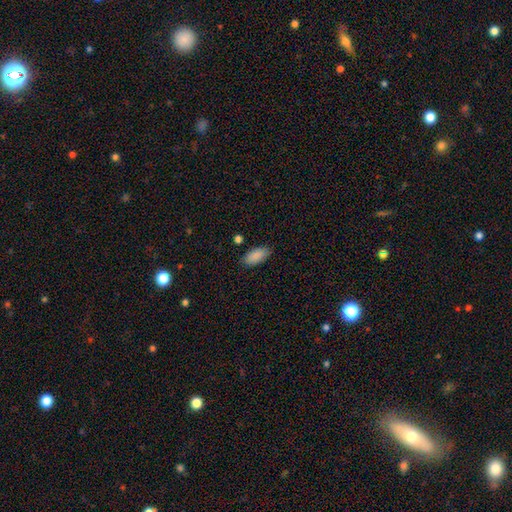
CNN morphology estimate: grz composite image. It shows a smooth galaxy with no disk features (89%) that is in between round and cigar-shaped (90%). Merging: none (83%).